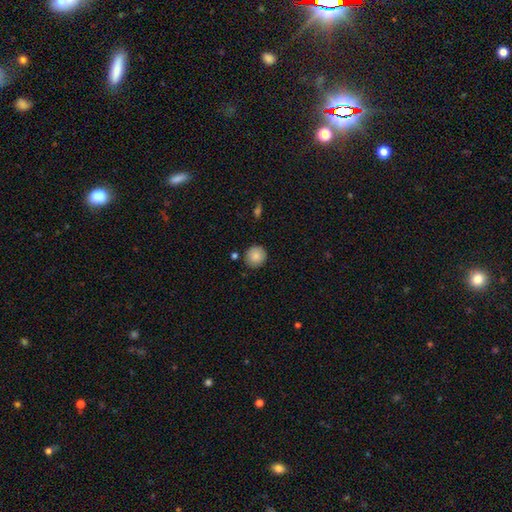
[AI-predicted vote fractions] smooth-or-featured: smooth: 85% | star or artifact: 8% | featured or disk: 7%
  how-rounded: round: 92% | in between: 7% | cigar-shaped: 1%
  merging: none: 87% | minor disturbance: 9% | merger: 3% | major disturbance: 2%